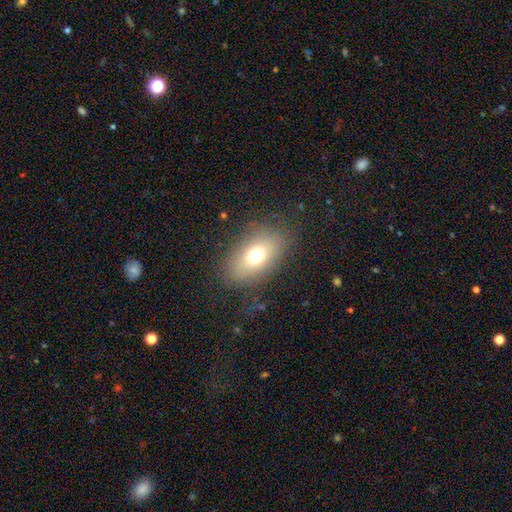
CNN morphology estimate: Smooth or featured? Predicted: smooth (p=0.71). How rounded? Predicted: in between (p=0.84). Merging? Predicted: none (p=0.81).